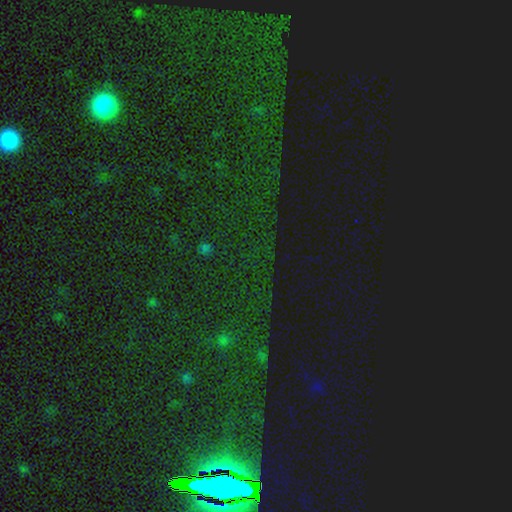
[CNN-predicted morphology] Overall: star or artifact (84%).